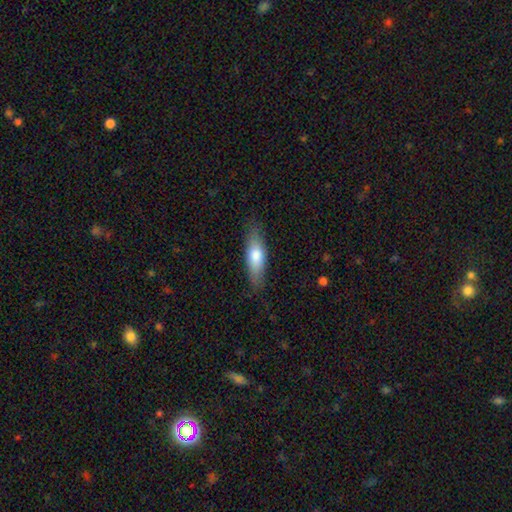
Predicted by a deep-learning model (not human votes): Q: Smooth or featured?
A: smooth (74%); runner-up: featured or disk (21%)
Q: How rounded?
A: in between (55%); runner-up: cigar-shaped (43%)
Q: Merging?
A: none (81%); runner-up: minor disturbance (14%)